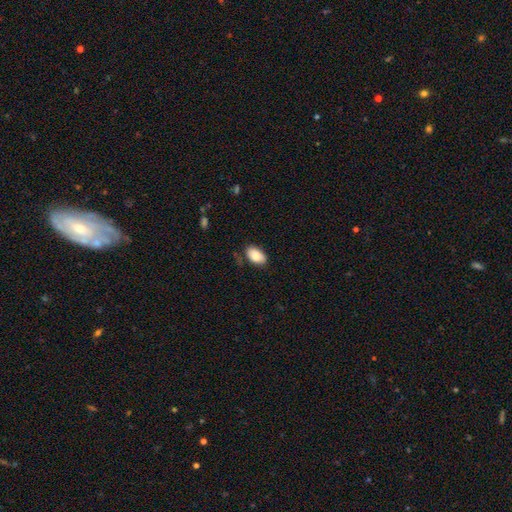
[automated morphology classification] smooth_or_featured: smooth (p=0.84) [alt: featured or disk p=0.09]
how_rounded: in between (p=0.93) [alt: round p=0.05]
merging: none (p=0.74) [alt: minor disturbance p=0.19]